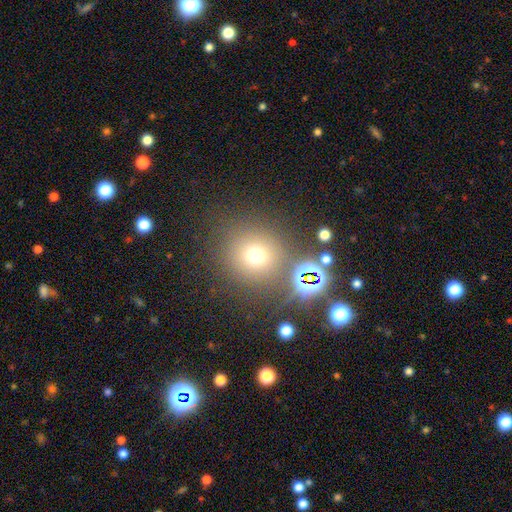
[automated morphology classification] A smooth galaxy with no disk features (66%) that is round (91%).

Vote fractions:
- Smooth or featured? smooth: 66% / star or artifact: 24% / featured or disk: 10%
- How rounded? round: 91% / in between: 8% / cigar-shaped: 1%
- Merging? none: 79% / minor disturbance: 9% / merger: 7% / major disturbance: 5%